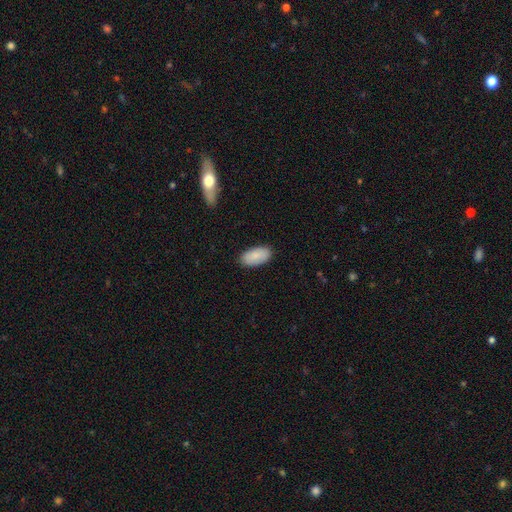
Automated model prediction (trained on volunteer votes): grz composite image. It shows a smooth galaxy with no disk features (87%) that is in between round and cigar-shaped (94%). Merging: none (87%).